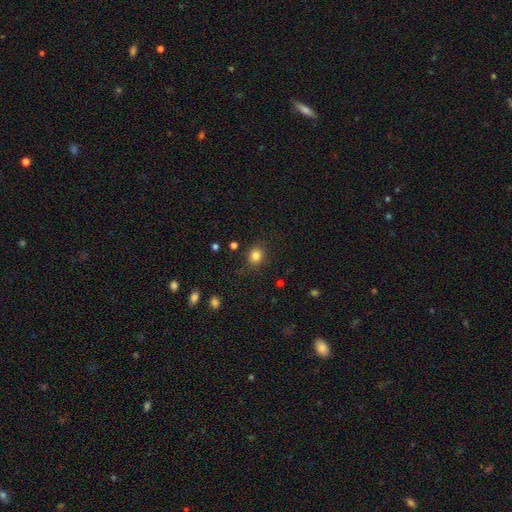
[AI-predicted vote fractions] Smooth or featured?
  - smooth: 82% *
  - star or artifact: 12%
  - featured or disk: 6%
How rounded?
  - round: 78% *
  - in between: 21%
  - cigar-shaped: 1%
Merging?
  - none: 85% *
  - minor disturbance: 10%
  - major disturbance: 3%
  - merger: 2%